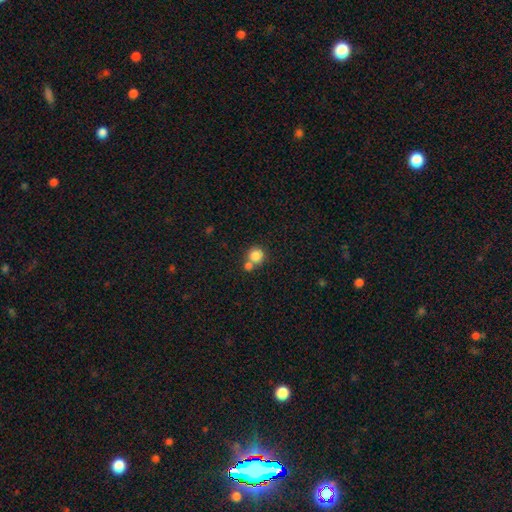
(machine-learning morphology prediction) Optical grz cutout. It shows a smooth galaxy with no disk features (83%) that is round (91%). Merging: none (53%).